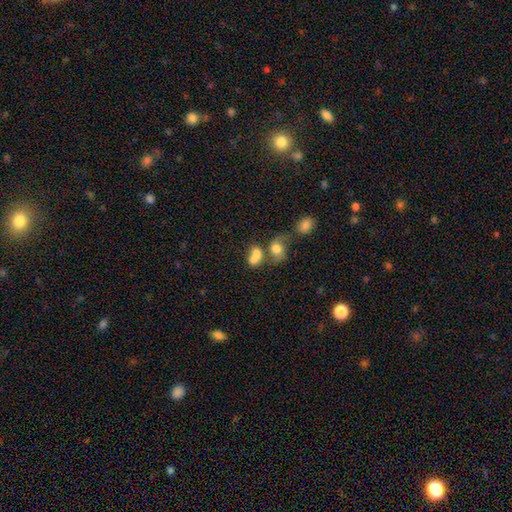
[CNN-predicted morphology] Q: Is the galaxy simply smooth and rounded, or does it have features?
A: smooth — 73%.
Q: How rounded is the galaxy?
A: in between — 57%.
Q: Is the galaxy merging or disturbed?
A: merger — 65%.